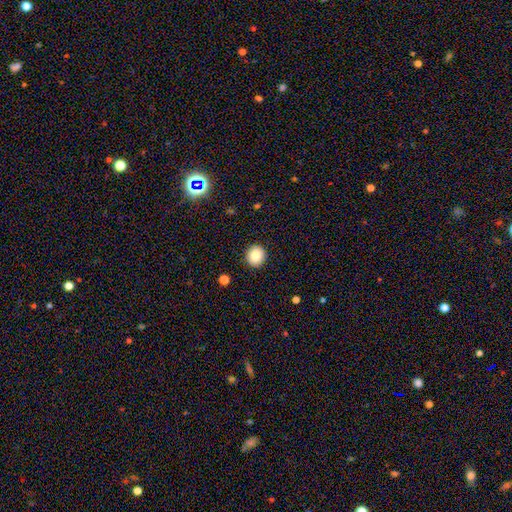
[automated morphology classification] Q: Smooth or featured?
A: smooth (85%); runner-up: star or artifact (9%)
Q: How rounded?
A: round (87%); runner-up: in between (12%)
Q: Merging?
A: none (91%); runner-up: minor disturbance (6%)